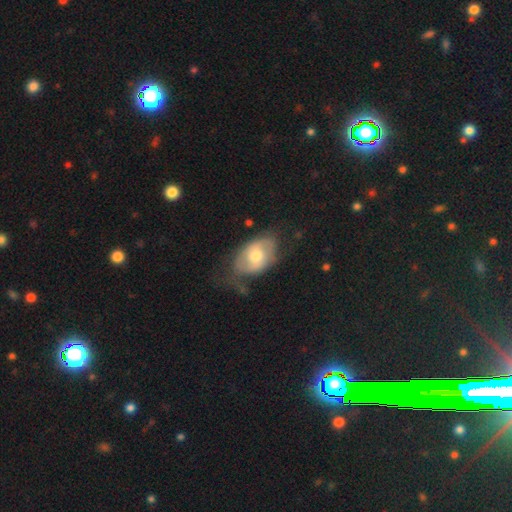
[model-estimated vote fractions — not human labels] Smooth or featured: smooth — 51% (featured or disk — 43%)
How rounded: in between — 86% (round — 13%)
Merging: none — 52% (minor disturbance — 30%)